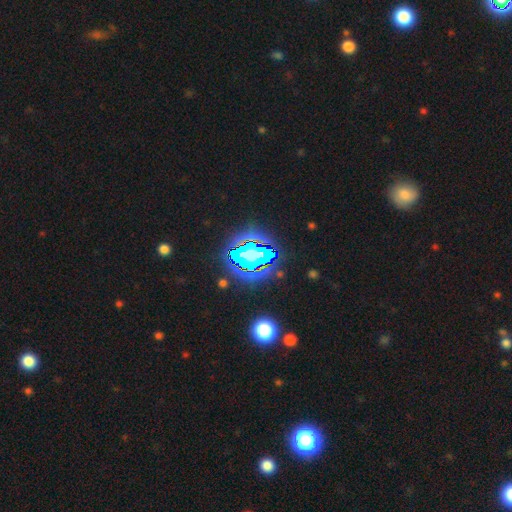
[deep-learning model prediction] Overall: star or artifact (60%; smooth 22%).